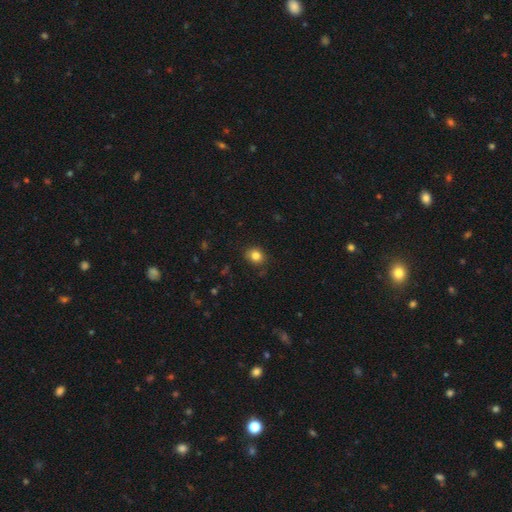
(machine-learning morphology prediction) Overall: smooth (83%). How rounded: round (69%; in between 31%). Merging: none (87%).